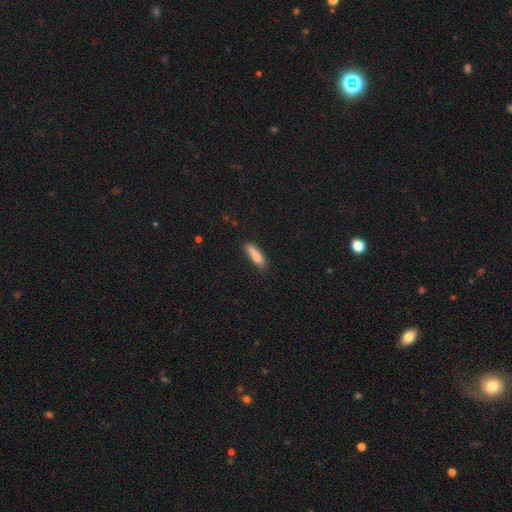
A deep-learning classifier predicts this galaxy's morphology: A smooth galaxy with no disk features (84%) that is cigar-shaped (72%).

Vote fractions:
- Smooth or featured? smooth: 84% / featured or disk: 9% / star or artifact: 7%
- How rounded? cigar-shaped: 72% / in between: 27% / round: 2%
- Merging? none: 78% / minor disturbance: 17% / major disturbance: 3% / merger: 2%